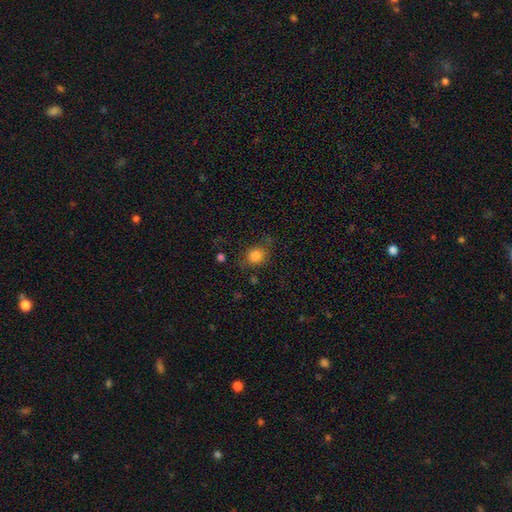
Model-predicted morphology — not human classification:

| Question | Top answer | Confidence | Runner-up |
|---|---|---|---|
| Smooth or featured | smooth | 82% | star or artifact (11%) |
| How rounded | round | 72% | in between (27%) |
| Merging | none | 69% | minor disturbance (19%) |